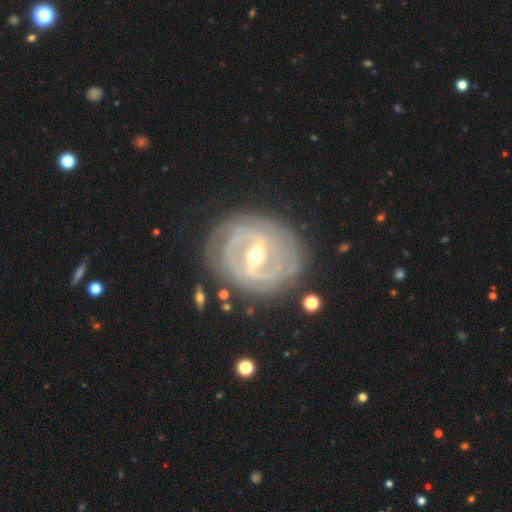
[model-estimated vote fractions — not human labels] A featured or disk galaxy (91%) with a strong bar (52%), 2 (40%) tight (65%) spiral arms (97%) and a small central bulge (49%). Merging: none (80%).